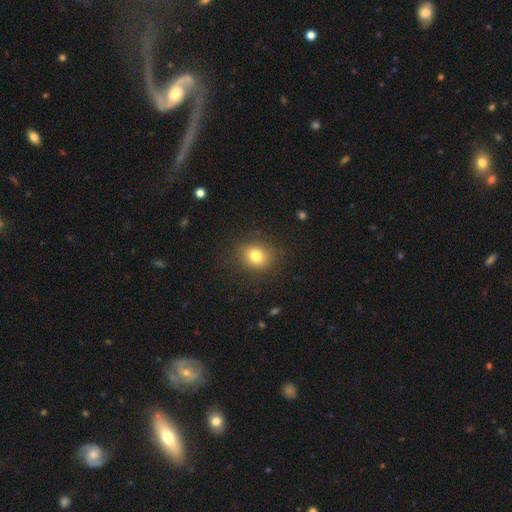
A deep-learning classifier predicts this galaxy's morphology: smooth-or-featured: smooth: 79% | star or artifact: 12% | featured or disk: 10%
  how-rounded: round: 69% | in between: 30% | cigar-shaped: 1%
  merging: none: 85% | minor disturbance: 10% | major disturbance: 4% | merger: 1%